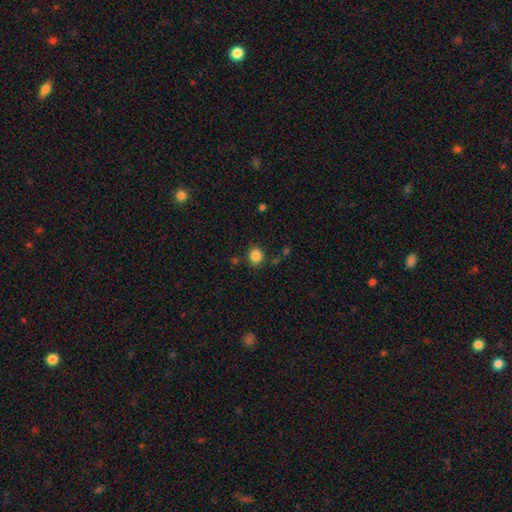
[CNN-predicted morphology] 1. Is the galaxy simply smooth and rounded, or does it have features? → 85% smooth, 11% star or artifact, 4% featured or disk.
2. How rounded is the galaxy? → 74% round, 25% in between, 1% cigar-shaped.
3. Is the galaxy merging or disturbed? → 81% none, 12% minor disturbance, 4% merger, 3% major disturbance.